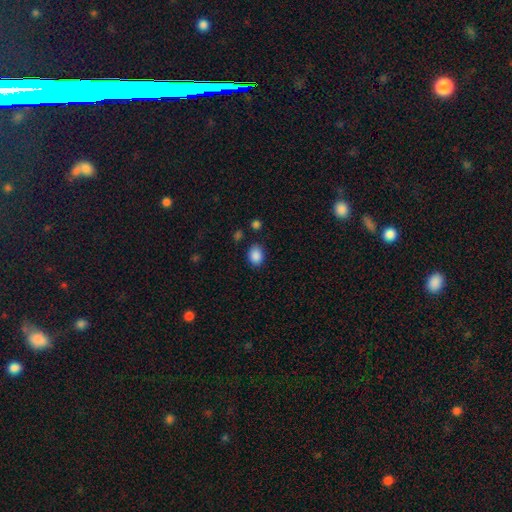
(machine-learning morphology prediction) Q: Smooth or featured?
A: smooth (88%); runner-up: star or artifact (9%)
Q: How rounded?
A: in between (62%); runner-up: round (37%)
Q: Merging?
A: none (81%); runner-up: minor disturbance (13%)